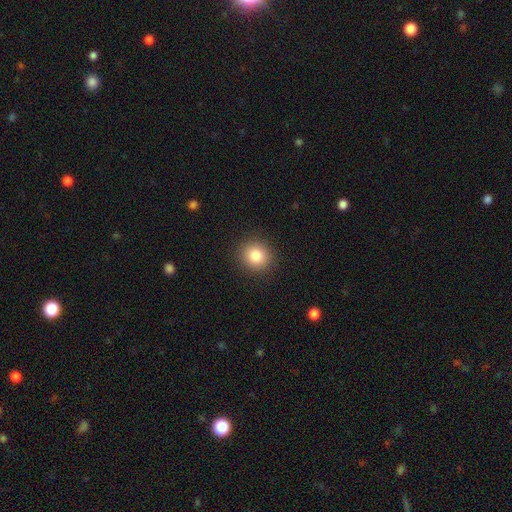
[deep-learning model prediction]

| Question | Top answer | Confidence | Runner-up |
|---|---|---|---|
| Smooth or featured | smooth | 84% | star or artifact (10%) |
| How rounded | round | 87% | in between (12%) |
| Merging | none | 91% | minor disturbance (6%) |